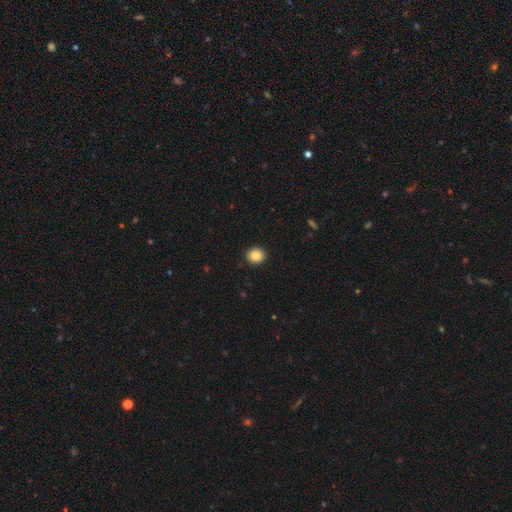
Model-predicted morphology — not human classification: This is clearly a smooth galaxy (86%). How rounded: likely round (79%). Merging: clearly none (92%).